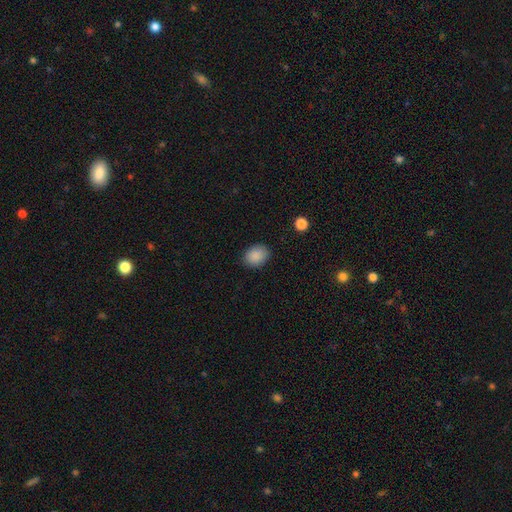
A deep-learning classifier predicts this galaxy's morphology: A smooth galaxy with no disk features (88%) that is in between round and cigar-shaped (61%). Merging: none (86%).